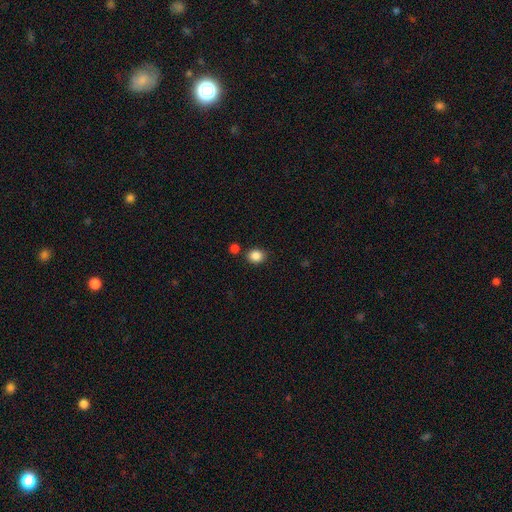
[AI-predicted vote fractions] Morphology: type=smooth (86%); roundness=round (69%); merging=none (82%).